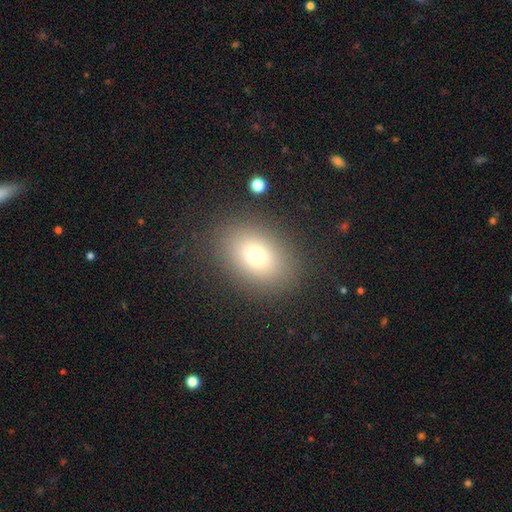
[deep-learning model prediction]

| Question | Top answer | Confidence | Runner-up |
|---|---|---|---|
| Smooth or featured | smooth | 73% | star or artifact (15%) |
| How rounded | in between | 67% | round (32%) |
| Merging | none | 86% | minor disturbance (8%) |